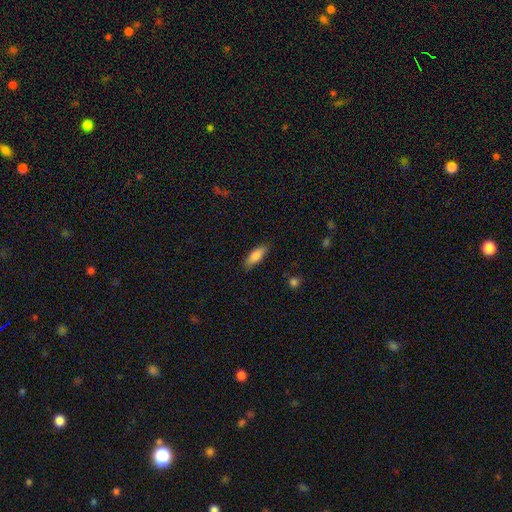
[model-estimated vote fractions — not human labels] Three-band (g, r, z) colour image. It shows a smooth galaxy with no disk features (83%) that is in between round and cigar-shaped (68%). Merging: none (83%).